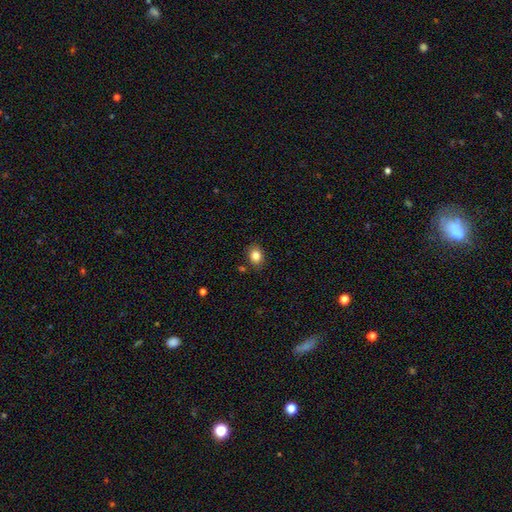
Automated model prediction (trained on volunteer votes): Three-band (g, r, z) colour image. It shows a smooth galaxy with no disk features (83%) that is round (51%). Merging: none (84%).